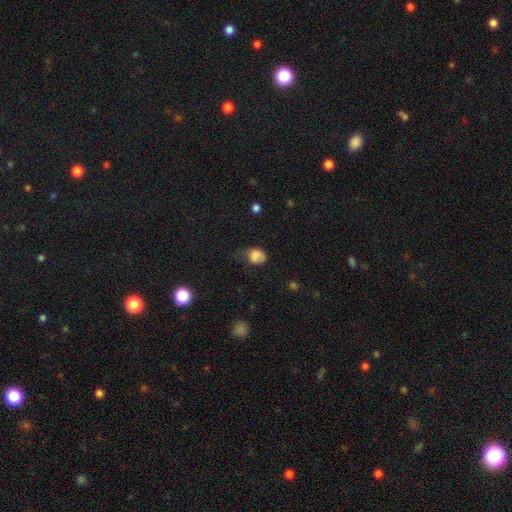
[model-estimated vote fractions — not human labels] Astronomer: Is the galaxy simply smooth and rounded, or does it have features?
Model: smooth — 81%.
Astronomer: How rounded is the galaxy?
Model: in between — 53% (runner-up: round, 46%).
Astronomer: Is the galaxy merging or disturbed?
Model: minor disturbance — 40% (runner-up: none, 36%).